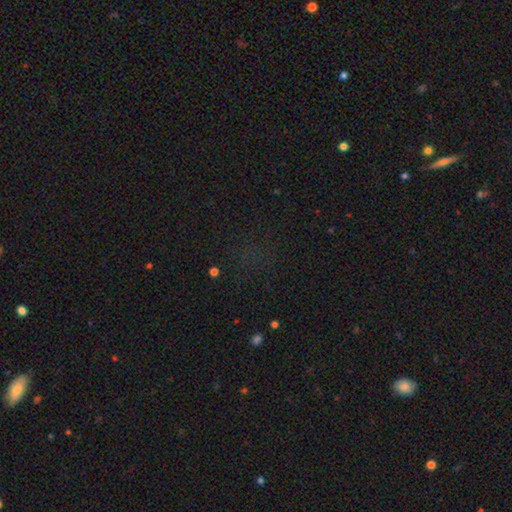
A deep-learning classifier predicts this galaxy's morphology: smooth_or_featured: star or artifact (p=0.66) [alt: smooth p=0.23]